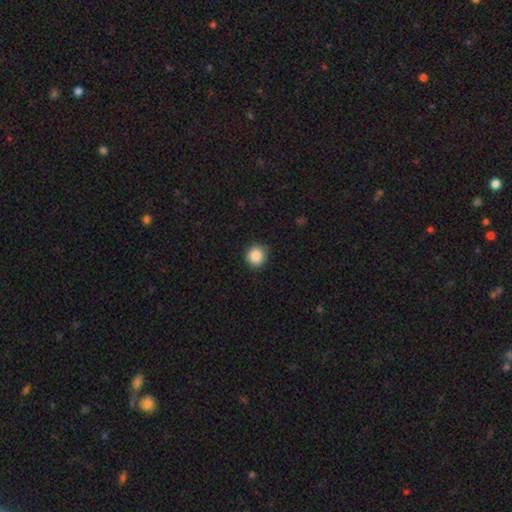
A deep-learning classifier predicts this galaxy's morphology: This appears to be a smooth galaxy with no disk features (88%) that is round (90%). Merging: none (82%).